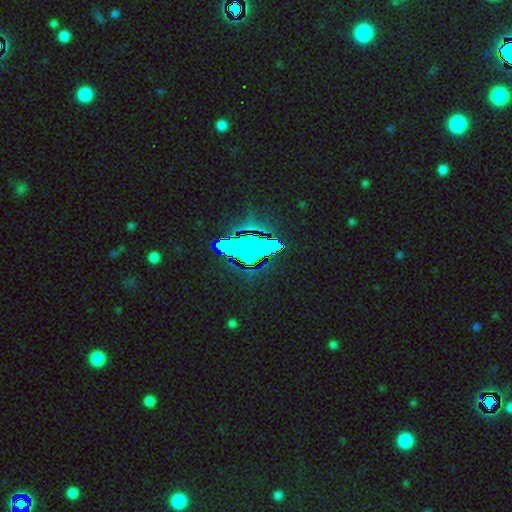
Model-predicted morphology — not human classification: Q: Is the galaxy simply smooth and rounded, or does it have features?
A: star or artifact — 69%.